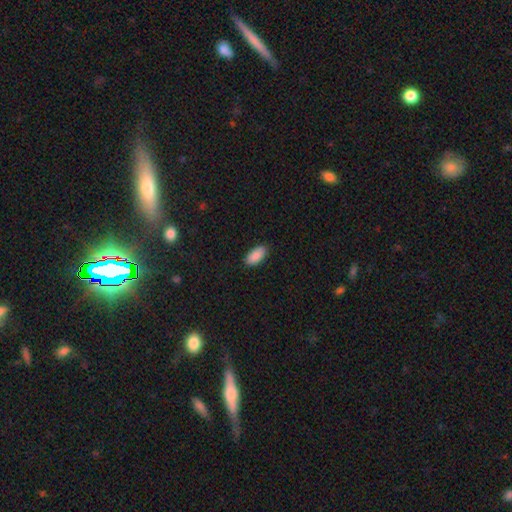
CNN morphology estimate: Overall: smooth (91%). How rounded: in between (92%). Merging: none (89%).